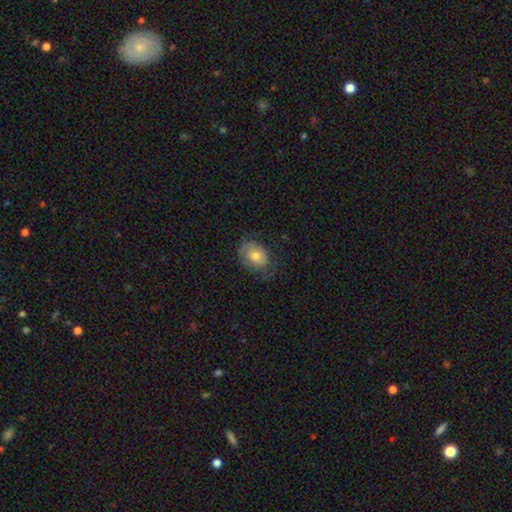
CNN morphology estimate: A smooth galaxy with no disk features (72%) that is in between round and cigar-shaped (72%).

Vote fractions:
- Smooth or featured? smooth: 72% / featured or disk: 20% / star or artifact: 8%
- How rounded? in between: 72% / round: 27% / cigar-shaped: 1%
- Merging? none: 65% / minor disturbance: 25% / major disturbance: 9% / merger: 1%